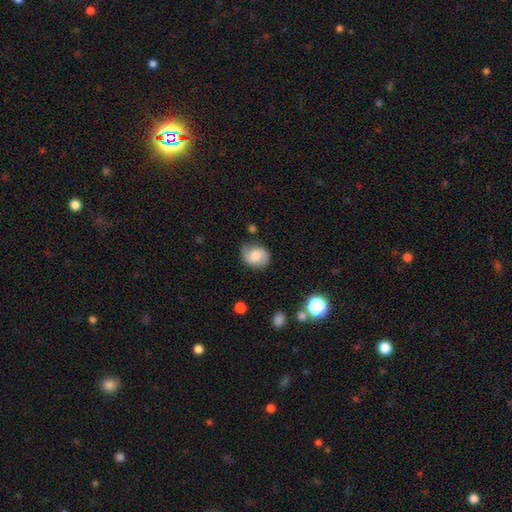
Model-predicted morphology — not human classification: Smooth or featured? featured or disk (47%)
Merging? none (73%)